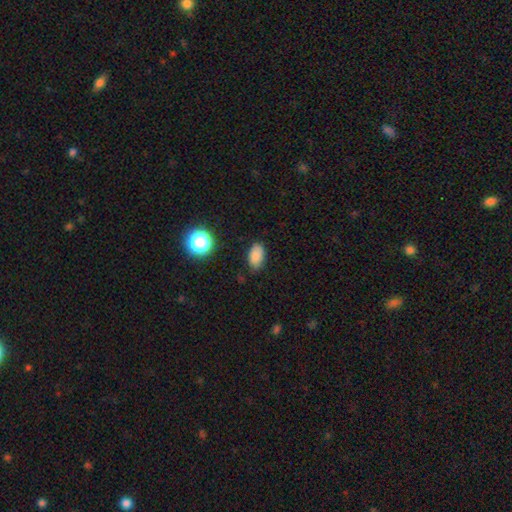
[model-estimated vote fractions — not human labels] Smooth or featured: smooth — 83% (star or artifact — 11%)
How rounded: in between — 90% (round — 9%)
Merging: none — 80% (minor disturbance — 15%)